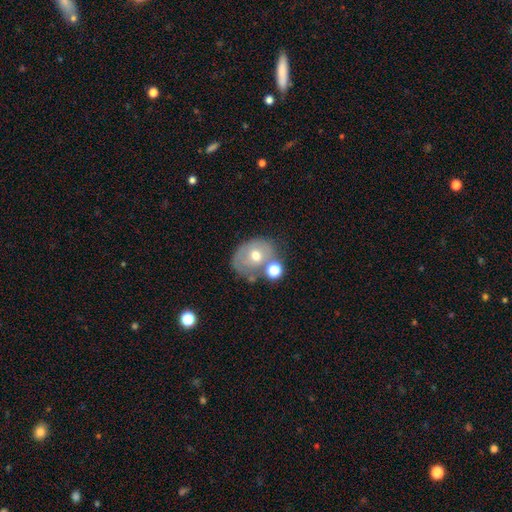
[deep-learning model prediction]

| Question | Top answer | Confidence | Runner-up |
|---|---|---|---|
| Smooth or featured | smooth | 52% | featured or disk (37%) |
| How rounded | in between | 53% | round (47%) |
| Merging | none | 47% | merger (23%) |